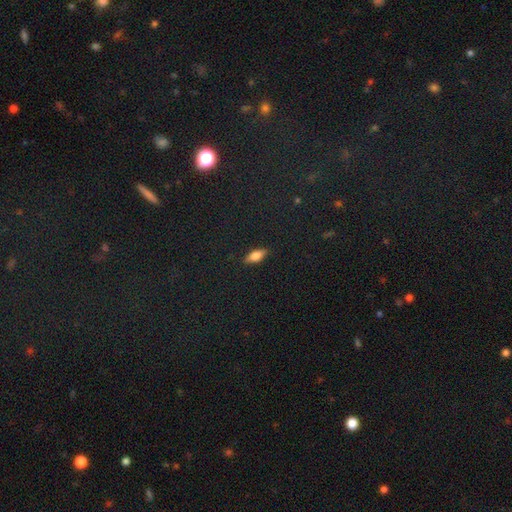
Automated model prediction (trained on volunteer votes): Smooth or featured: smooth — 71% (featured or disk — 21%)
How rounded: in between — 73% (cigar-shaped — 23%)
Merging: none — 88% (minor disturbance — 9%)